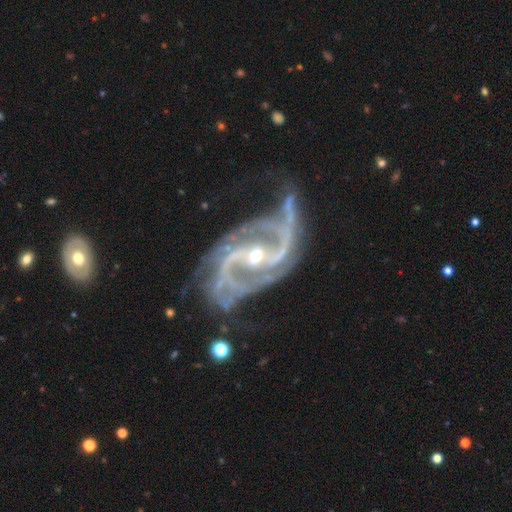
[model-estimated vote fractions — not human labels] featured or disk 93%, star or artifact 5%, smooth 2%. Down the decision tree: edge-on disk — no (97%); bar — strong (44%); spiral arms — yes (98%); spiral arm count — 2 (62%); spiral winding — medium (51%); bulge size — small (55%); merging — none (45%).